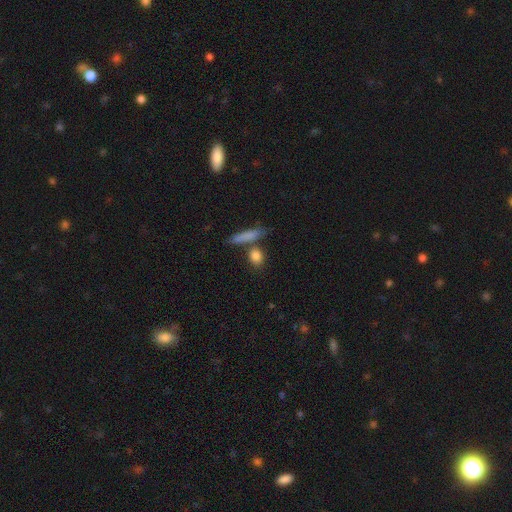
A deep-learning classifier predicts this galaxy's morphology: Overall: smooth (84%). How rounded: round (48%; in between 33%). Merging: none (69%).